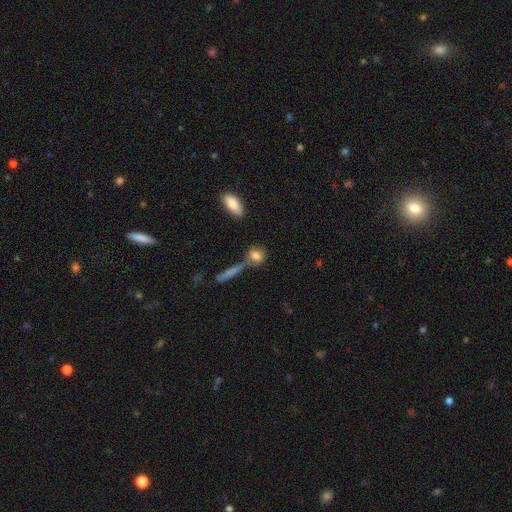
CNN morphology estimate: Q: Smooth or featured?
A: smooth (78%); runner-up: featured or disk (13%)
Q: How rounded?
A: round (49%); runner-up: in between (38%)
Q: Merging?
A: none (56%); runner-up: merger (25%)